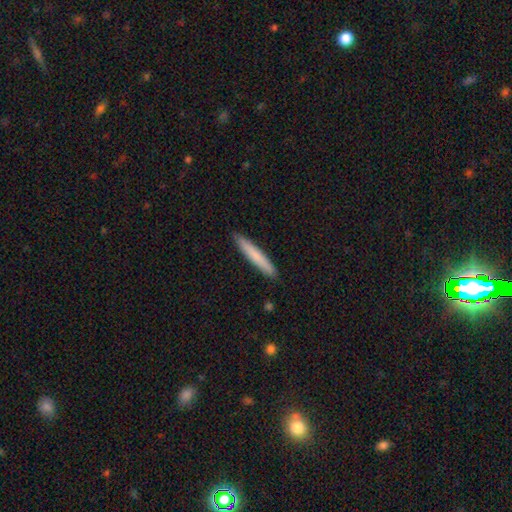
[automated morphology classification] A smooth galaxy with no disk features (76%) that is cigar-shaped (95%).

Vote fractions:
- Smooth or featured? smooth: 76% / featured or disk: 18% / star or artifact: 5%
- How rounded? cigar-shaped: 95% / in between: 3% / round: 1%
- Merging? none: 91% / minor disturbance: 6% / major disturbance: 1% / merger: 1%